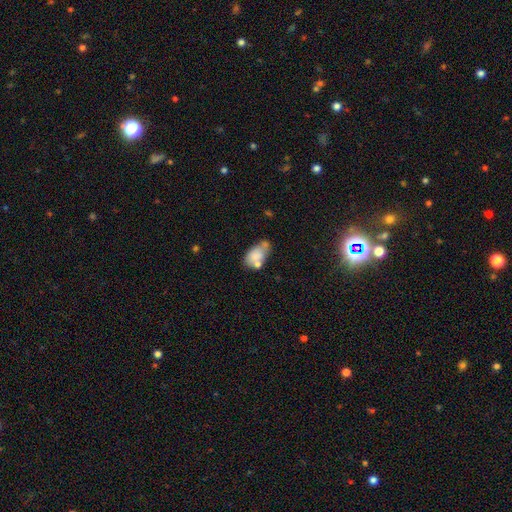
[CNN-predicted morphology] type=smooth (71%); roundness=in between (89%); merging=none (35%).